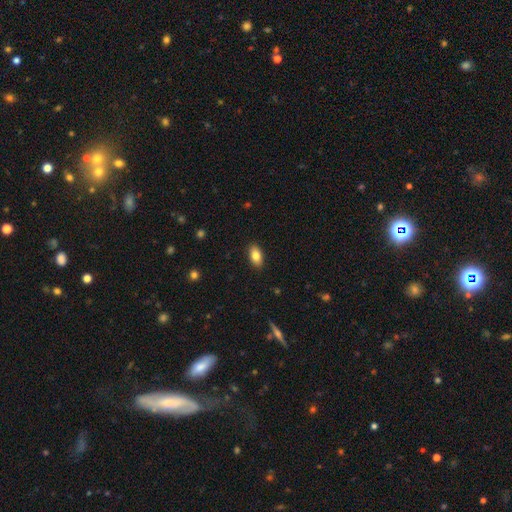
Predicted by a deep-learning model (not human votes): A smooth galaxy with no disk features (83%) that is in between round and cigar-shaped (91%).

Vote fractions:
- Smooth or featured? smooth: 83% / featured or disk: 9% / star or artifact: 7%
- How rounded? in between: 91% / cigar-shaped: 4% / round: 4%
- Merging? none: 89% / minor disturbance: 8% / major disturbance: 2% / merger: 1%